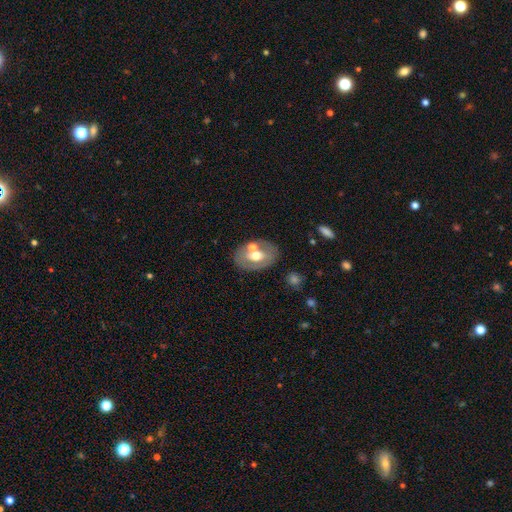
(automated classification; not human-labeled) A featured or disk galaxy (49%). Merging: none (66%).